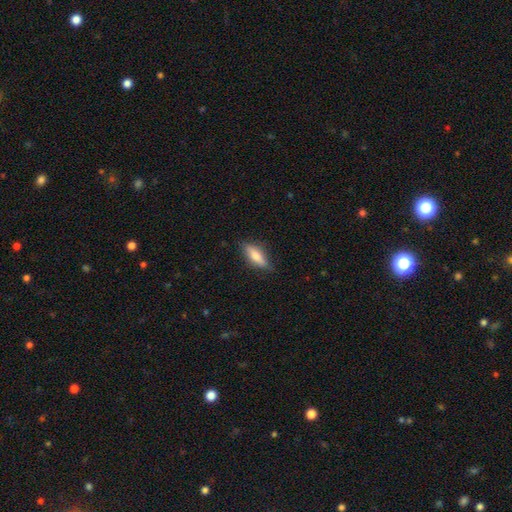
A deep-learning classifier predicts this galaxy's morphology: Smooth or featured: smooth — 68% (featured or disk — 26%)
How rounded: in between — 58% (cigar-shaped — 39%)
Merging: none — 81% (minor disturbance — 15%)